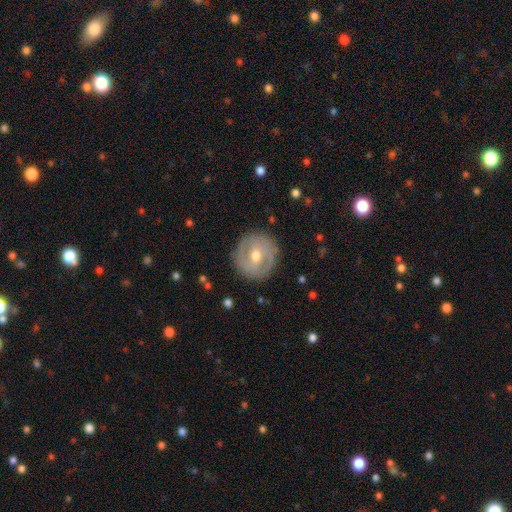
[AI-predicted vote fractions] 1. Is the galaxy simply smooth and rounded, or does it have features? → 65% featured or disk, 29% smooth, 6% star or artifact.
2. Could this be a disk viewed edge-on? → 96% no, 4% yes.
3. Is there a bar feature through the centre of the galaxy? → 45% weak, 34% no, 21% strong.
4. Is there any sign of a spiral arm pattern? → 60% yes, 40% no.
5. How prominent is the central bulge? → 72% moderate, 23% small, 3% large, 1% none, 1% dominant.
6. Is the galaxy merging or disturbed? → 87% none, 9% minor disturbance, 3% major disturbance, 1% merger.